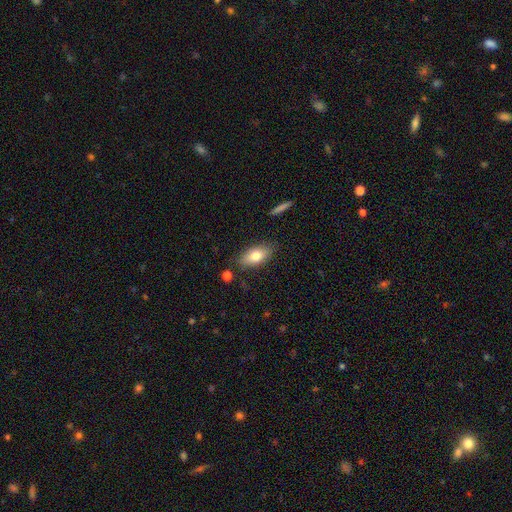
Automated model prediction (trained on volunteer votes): A smooth galaxy with no disk features (77%) that is in between round and cigar-shaped (87%).

Vote fractions:
- Smooth or featured? smooth: 77% / featured or disk: 16% / star or artifact: 7%
- How rounded? in between: 87% / cigar-shaped: 9% / round: 4%
- Merging? none: 82% / minor disturbance: 13% / major disturbance: 3% / merger: 3%